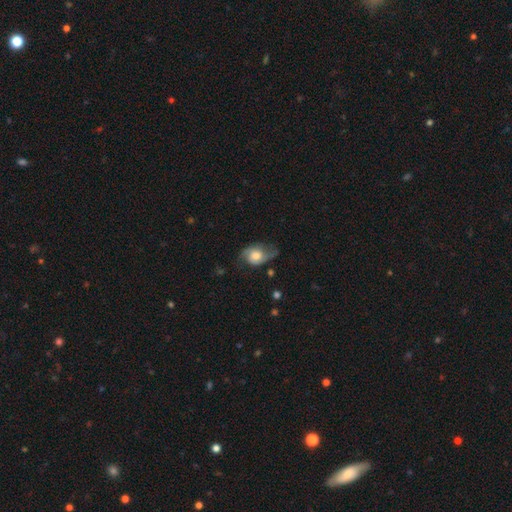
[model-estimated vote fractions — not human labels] featured or disk 59%, smooth 33%, star or artifact 8%. Down the decision tree: edge-on disk — no (96%); bar — no (71%); spiral arms — yes (87%); bulge size — moderate (48%); merging — none (57%).